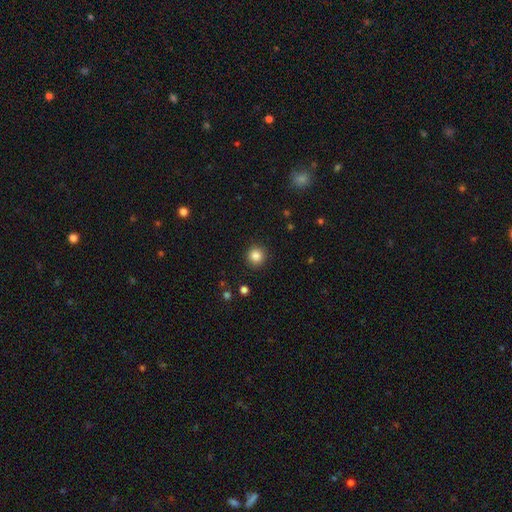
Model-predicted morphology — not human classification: The model was most divided on "smooth or featured": smooth: 84%, star or artifact: 11%, featured or disk: 5%. More confident: how rounded — round (94%); merging — none (91%).